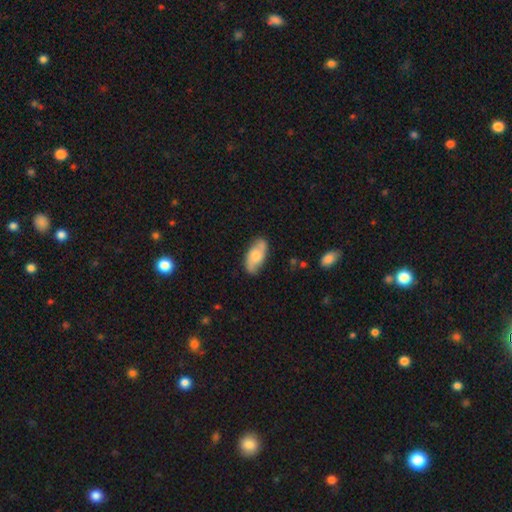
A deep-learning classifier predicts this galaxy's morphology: Smooth or featured? Predicted: smooth (p=0.51). How rounded? Predicted: in between (p=0.88). Merging? Predicted: none (p=0.78).